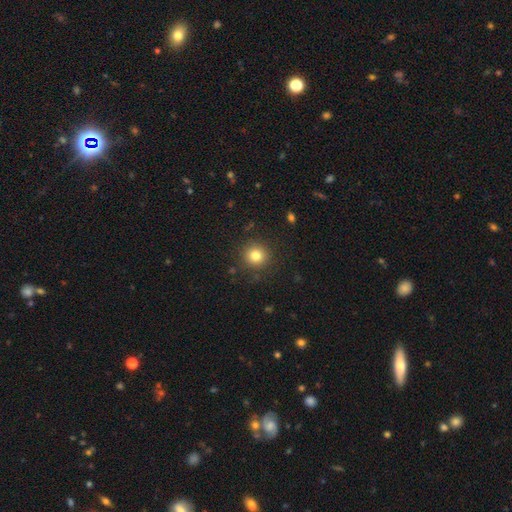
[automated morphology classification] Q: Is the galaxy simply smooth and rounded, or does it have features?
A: smooth — 80%.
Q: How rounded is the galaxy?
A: round — 94%.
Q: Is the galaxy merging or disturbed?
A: none — 89%.